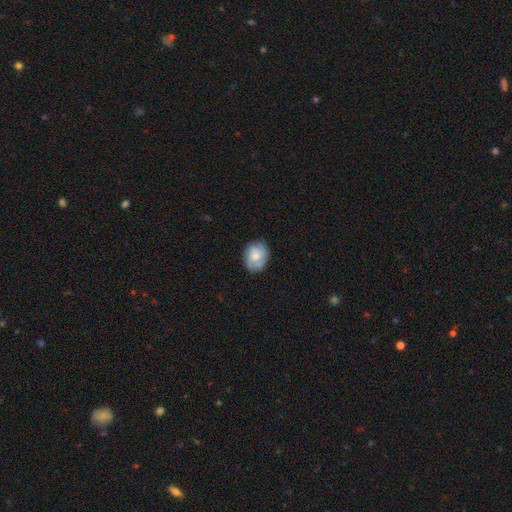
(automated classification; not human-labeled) smooth-or-featured: smooth: 49% | featured or disk: 44% | star or artifact: 7%
  merging: none: 74% | minor disturbance: 19% | major disturbance: 5% | merger: 2%